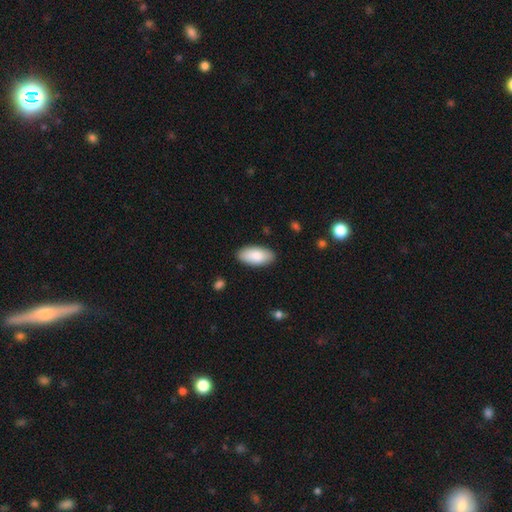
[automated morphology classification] This appears to be a smooth galaxy with no disk features (86%) that is in between round and cigar-shaped (93%). Merging: none (87%).